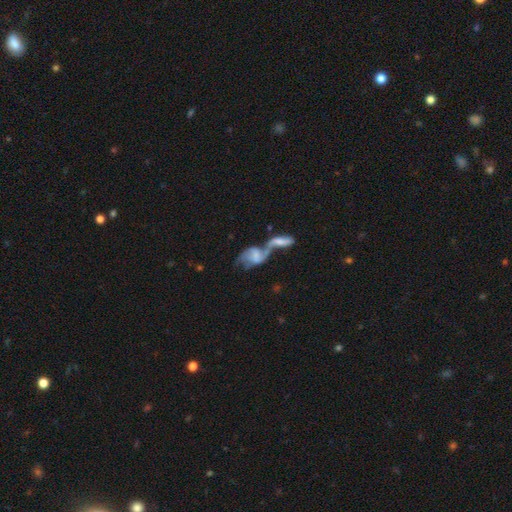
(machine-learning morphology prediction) Smooth or featured? featured or disk (57%)
Edge-on disk? no (94%)
Bar? no (55%)
Spiral arms? yes (70%)
Bulge size? small (35%)
Merging? merger (76%)